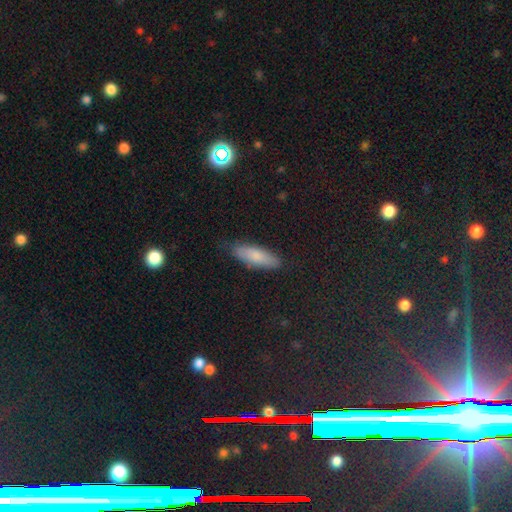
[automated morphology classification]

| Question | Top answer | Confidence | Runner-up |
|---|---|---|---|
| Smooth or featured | smooth | 80% | featured or disk (13%) |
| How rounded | in between | 56% | cigar-shaped (42%) |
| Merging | none | 79% | minor disturbance (17%) |